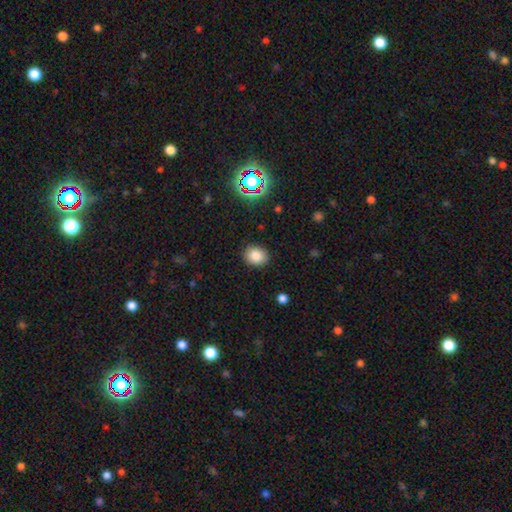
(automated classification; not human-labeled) Smooth or featured? smooth (82%)
How rounded? round (53%)
Merging? none (88%)